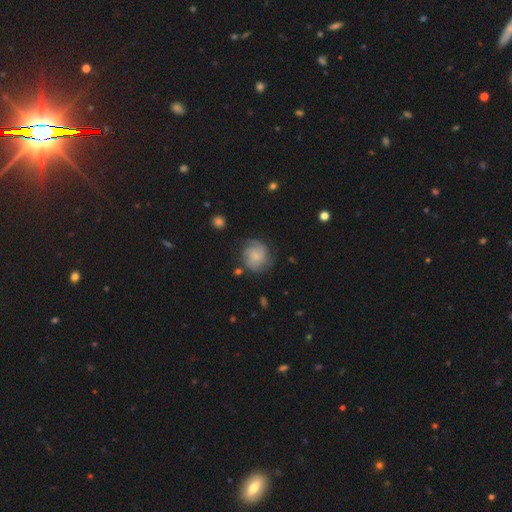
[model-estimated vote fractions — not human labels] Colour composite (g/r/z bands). It shows a featured or disk galaxy (49%). Merging: none (66%).